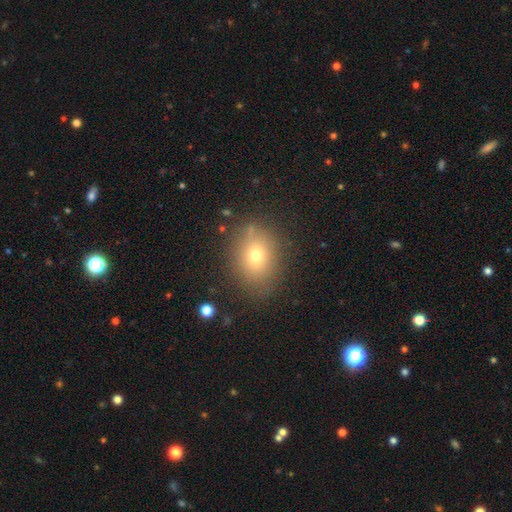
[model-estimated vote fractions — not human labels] This appears to be a smooth galaxy with no disk features (71%) that is in between round and cigar-shaped (60%). Merging: none (79%).